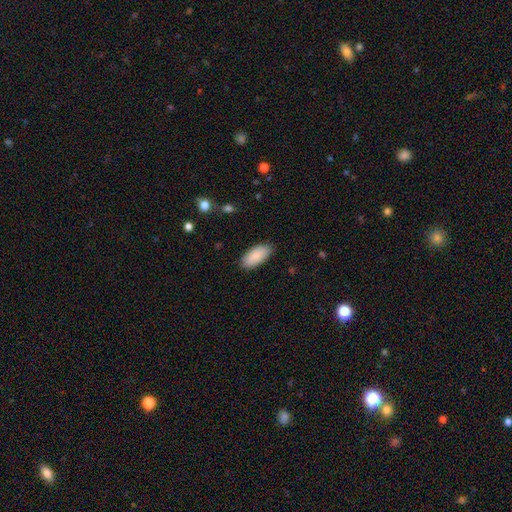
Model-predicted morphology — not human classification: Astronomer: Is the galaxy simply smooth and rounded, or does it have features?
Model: smooth — 86%.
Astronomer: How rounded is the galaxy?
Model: in between — 93%.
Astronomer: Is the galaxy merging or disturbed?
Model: none — 86%.